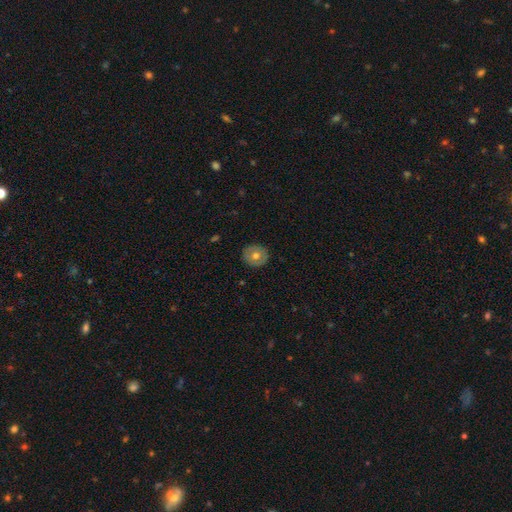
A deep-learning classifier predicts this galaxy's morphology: The model was most divided on "smooth or featured": smooth: 63%, featured or disk: 29%, star or artifact: 7%. More confident: merging — none (89%); how rounded — round (89%).